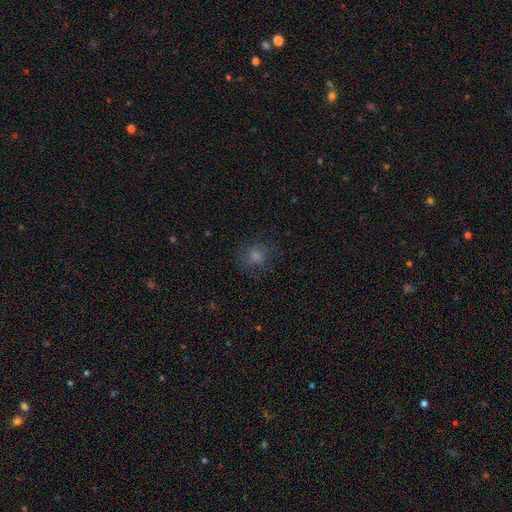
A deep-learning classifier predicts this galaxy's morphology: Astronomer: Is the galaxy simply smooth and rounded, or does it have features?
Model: smooth — 64%.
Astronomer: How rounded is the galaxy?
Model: round — 81%.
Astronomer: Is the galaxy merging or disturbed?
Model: none — 81%.